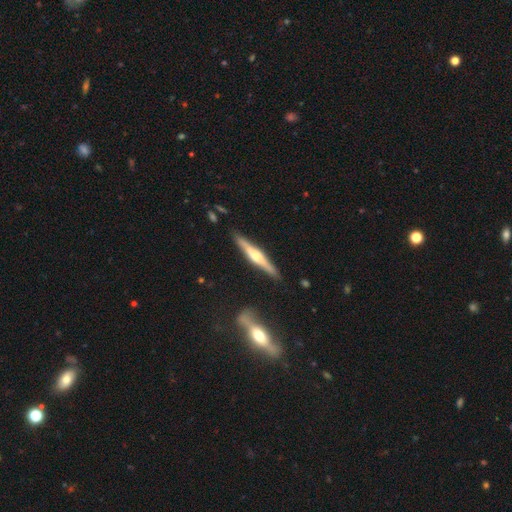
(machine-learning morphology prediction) A featured or disk galaxy (69%) viewed edge-on (97%) with a rounded central bulge (82%). Merging: none (88%).